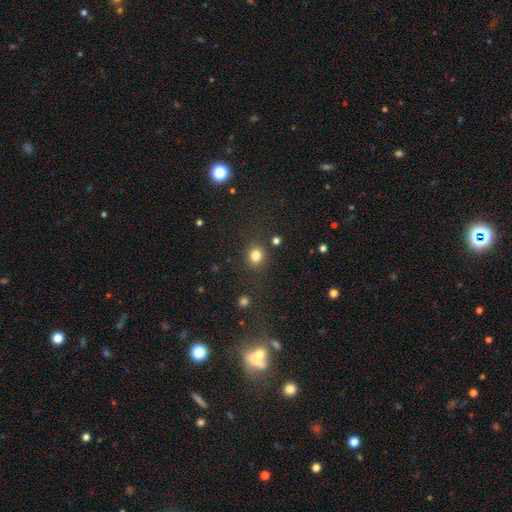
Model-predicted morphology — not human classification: This is clearly a smooth galaxy (82%). How rounded: likely round (77%). Merging: clearly none (83%).